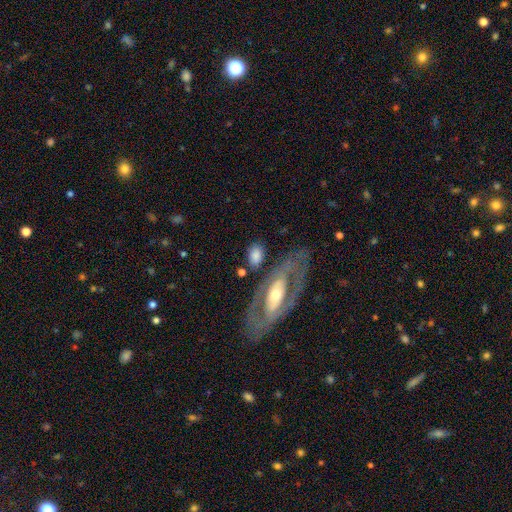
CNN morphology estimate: This appears to be a smooth galaxy with no disk features (64%) that is in between round and cigar-shaped (84%). Merging: none (66%).